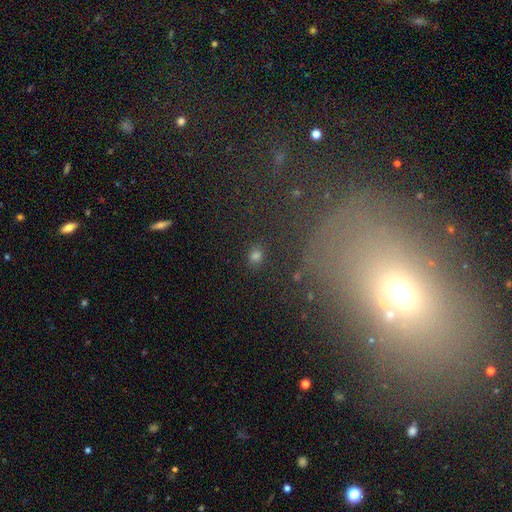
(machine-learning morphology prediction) smooth 74%, star or artifact 19%, featured or disk 7%. Down the decision tree: how rounded — round (58%); merging — none (85%).